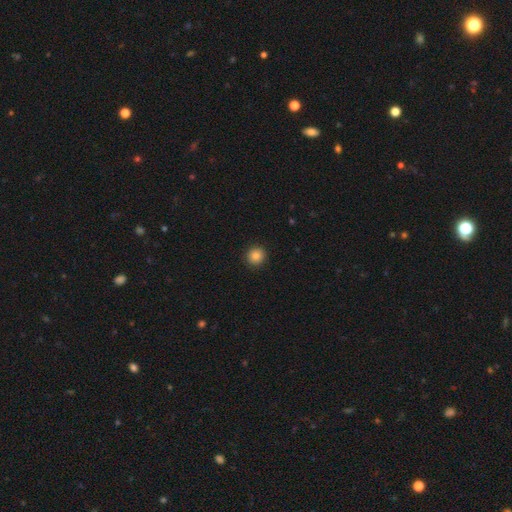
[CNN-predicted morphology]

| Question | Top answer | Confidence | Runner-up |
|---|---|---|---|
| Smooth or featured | smooth | 84% | star or artifact (11%) |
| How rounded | round | 92% | in between (7%) |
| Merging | none | 92% | minor disturbance (5%) |